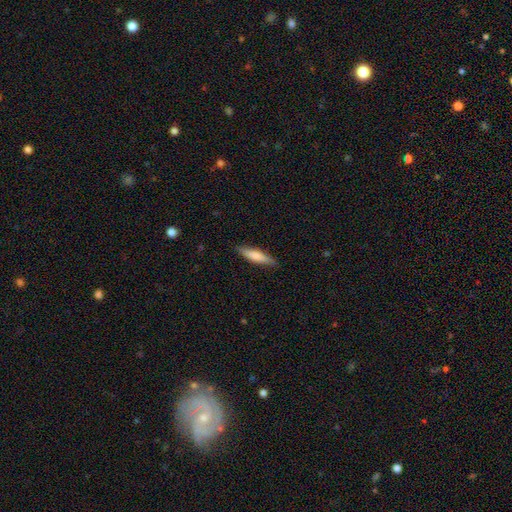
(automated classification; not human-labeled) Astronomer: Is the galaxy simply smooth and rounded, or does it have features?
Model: smooth — 73%.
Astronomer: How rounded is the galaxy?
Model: cigar-shaped — 76%.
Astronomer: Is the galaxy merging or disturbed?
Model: none — 86%.